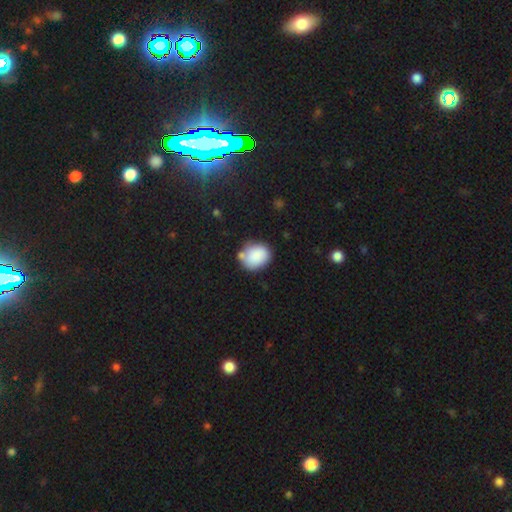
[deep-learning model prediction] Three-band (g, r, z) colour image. It shows a smooth galaxy with no disk features (85%) that is round (51%). Merging: none (60%).